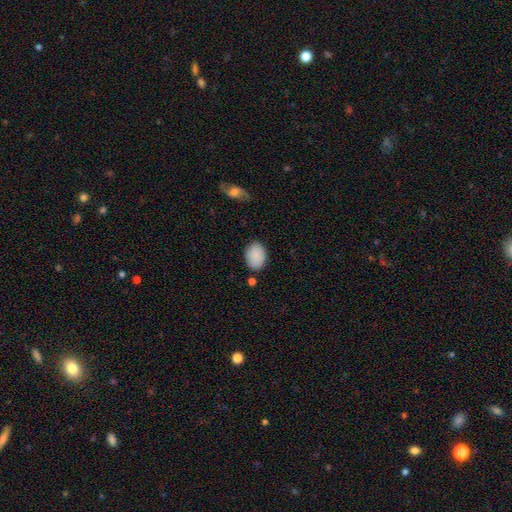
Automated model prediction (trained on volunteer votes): This is clearly a smooth galaxy (88%). How rounded: likely in between (80%). Merging: likely none (80%).